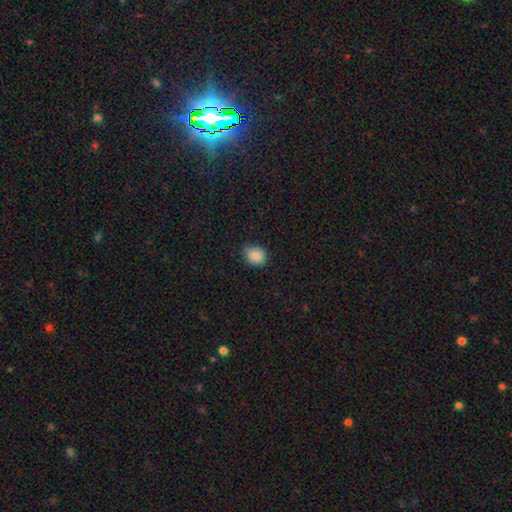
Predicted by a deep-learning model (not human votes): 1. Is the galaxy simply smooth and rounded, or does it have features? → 88% smooth, 9% star or artifact, 4% featured or disk.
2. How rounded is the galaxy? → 54% round, 45% in between, 1% cigar-shaped.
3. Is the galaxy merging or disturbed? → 78% none, 18% minor disturbance, 3% major disturbance, 1% merger.